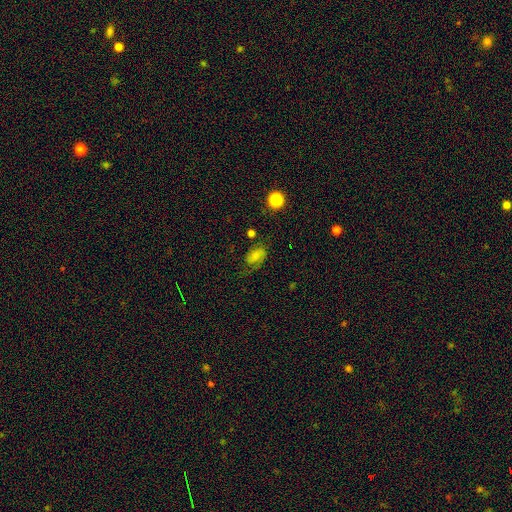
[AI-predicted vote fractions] Morphology: type=smooth (49%); merging=none (52%).